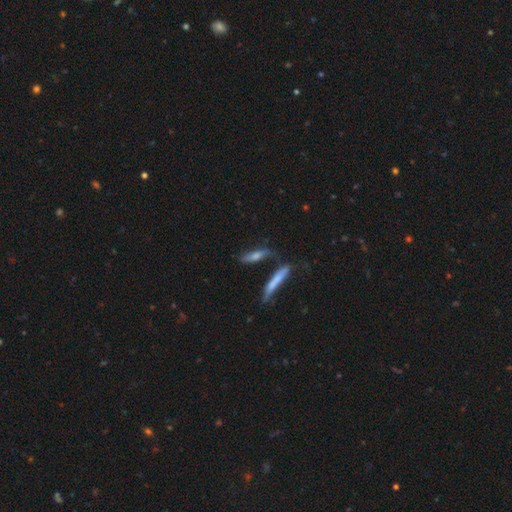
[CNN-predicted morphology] A smooth galaxy with no disk features (49%).

Vote fractions:
- Smooth or featured? smooth: 49% / featured or disk: 41% / star or artifact: 10%
- Merging? none: 61% / merger: 17% / minor disturbance: 16% / major disturbance: 7%